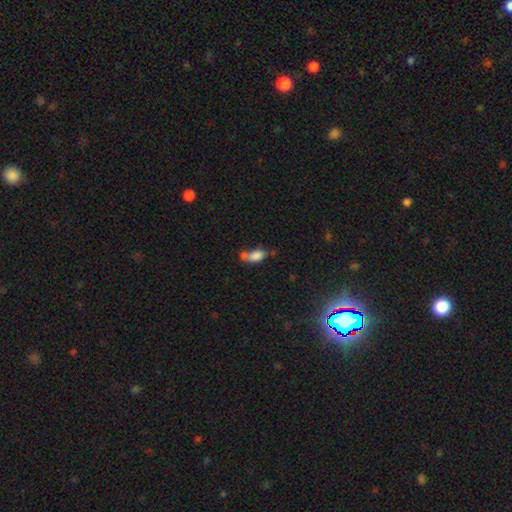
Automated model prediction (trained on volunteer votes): smooth_or_featured: smooth (p=0.79) [alt: featured or disk p=0.11]
how_rounded: in between (p=0.86) [alt: round p=0.10]
merging: merger (p=0.40) [alt: none p=0.31]